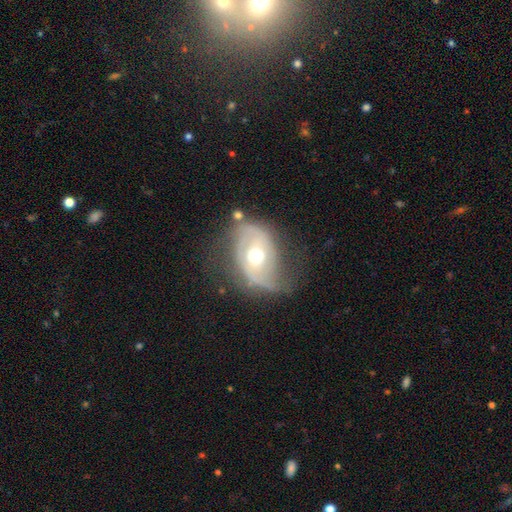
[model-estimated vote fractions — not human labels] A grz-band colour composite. It shows a featured or disk galaxy (82%) with no bar (54%), 2 (76%) medium (42%) spiral arms (88%) and a moderate central bulge (74%). Merging: none (53%).